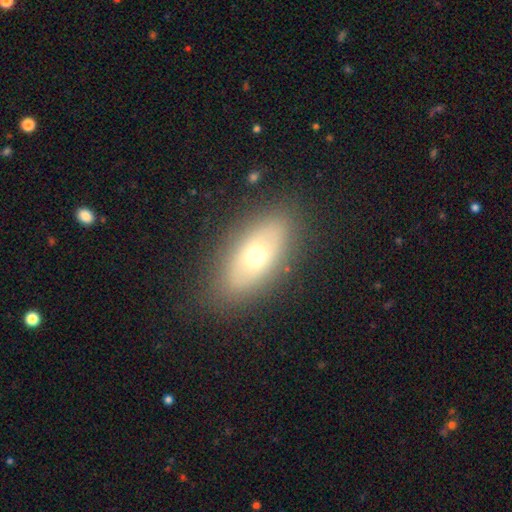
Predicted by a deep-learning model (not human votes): This appears to be a smooth galaxy with no disk features (54%) that is in between round and cigar-shaped (84%). Merging: none (85%).